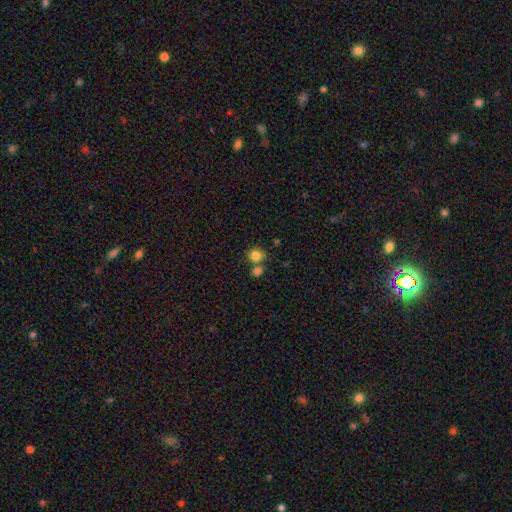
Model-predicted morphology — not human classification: This appears to be a smooth galaxy with no disk features (83%) that is round (82%). Merging: none (59%).